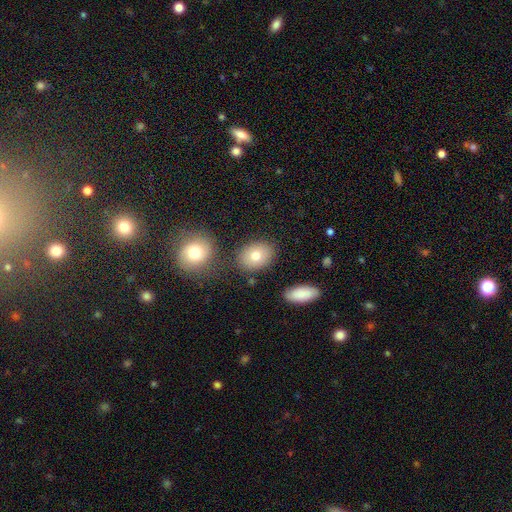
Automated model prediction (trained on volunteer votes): Q: Smooth or featured?
A: smooth (78%); runner-up: featured or disk (13%)
Q: How rounded?
A: in between (62%); runner-up: round (37%)
Q: Merging?
A: none (80%); runner-up: minor disturbance (11%)